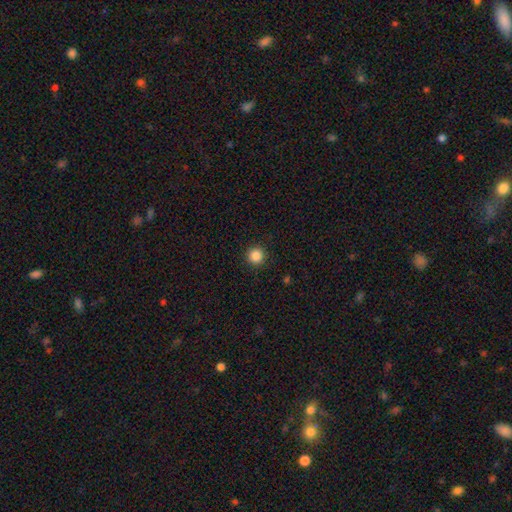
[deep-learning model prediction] Smooth or featured? Predicted: smooth (p=0.86). How rounded? Predicted: round (p=0.96). Merging? Predicted: none (p=0.93).